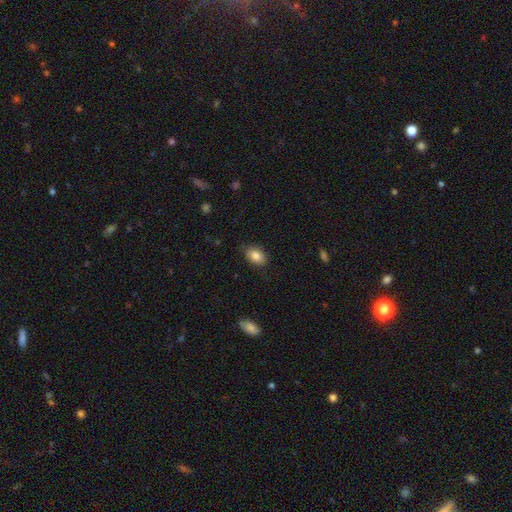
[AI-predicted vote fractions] Smooth or featured? smooth (86%)
How rounded? in between (84%)
Merging? none (82%)